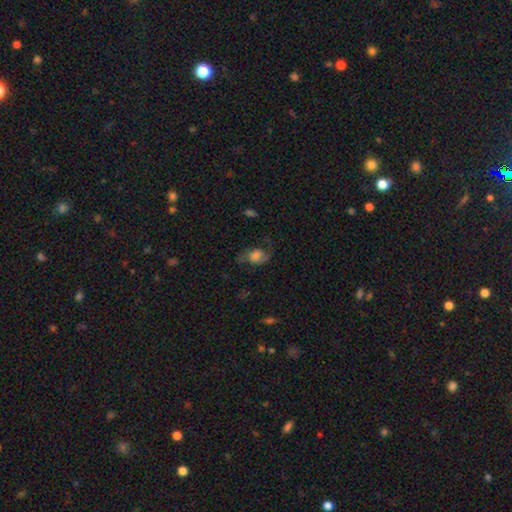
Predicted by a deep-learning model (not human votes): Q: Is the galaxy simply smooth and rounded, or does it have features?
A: featured or disk — 55%.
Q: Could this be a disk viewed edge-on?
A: no — 95%.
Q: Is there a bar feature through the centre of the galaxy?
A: no — 66%.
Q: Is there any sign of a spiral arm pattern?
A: yes — 88%.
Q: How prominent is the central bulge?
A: large — 35%.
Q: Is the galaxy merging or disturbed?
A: none — 56%.